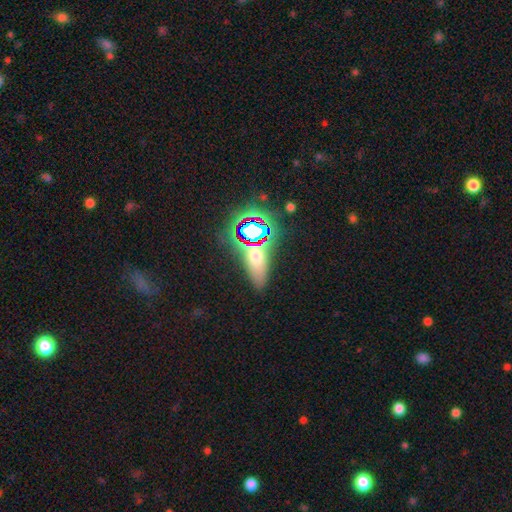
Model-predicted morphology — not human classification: Smooth or featured? smooth (47%)
Merging? none (69%)